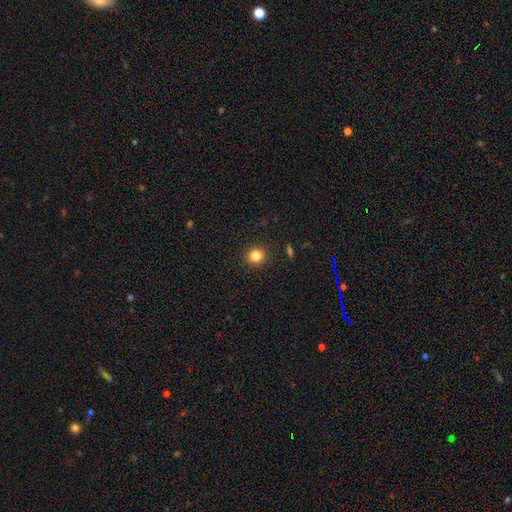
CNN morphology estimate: smooth_or_featured: smooth (p=0.82) [alt: star or artifact p=0.12]
how_rounded: round (p=0.90) [alt: in between p=0.09]
merging: none (p=0.91) [alt: minor disturbance p=0.06]